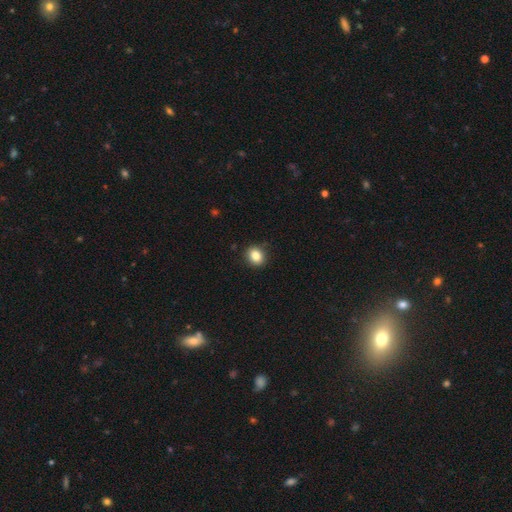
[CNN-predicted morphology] This appears to be a smooth galaxy with no disk features (85%) that is round (67%). Merging: none (87%).